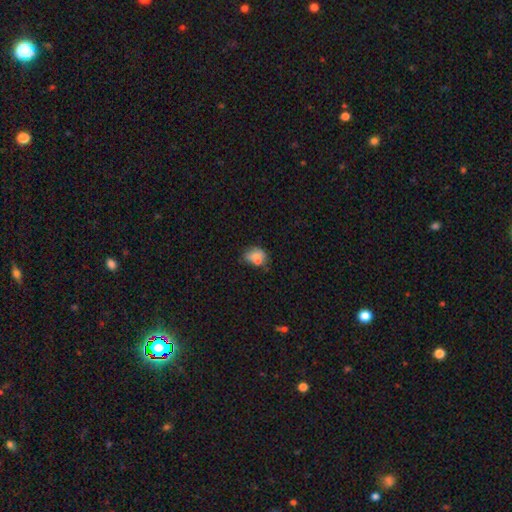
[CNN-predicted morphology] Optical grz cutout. It shows a smooth galaxy with no disk features (71%) that is in between round and cigar-shaped (59%). Merging: none (41%).